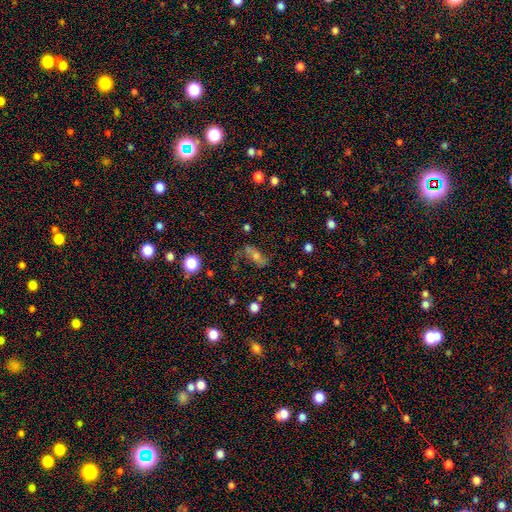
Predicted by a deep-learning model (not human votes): The model was most divided on "smooth or featured": featured or disk: 49%, smooth: 33%, star or artifact: 18%. More confident: merging — none (56%).